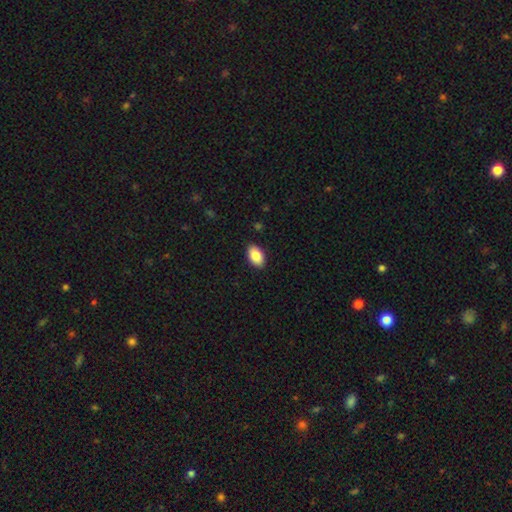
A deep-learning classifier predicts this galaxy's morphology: A smooth galaxy with no disk features (85%) that is in between round and cigar-shaped (93%).

Vote fractions:
- Smooth or featured? smooth: 85% / featured or disk: 8% / star or artifact: 7%
- How rounded? in between: 93% / round: 5% / cigar-shaped: 2%
- Merging? none: 89% / minor disturbance: 8% / major disturbance: 2% / merger: 1%